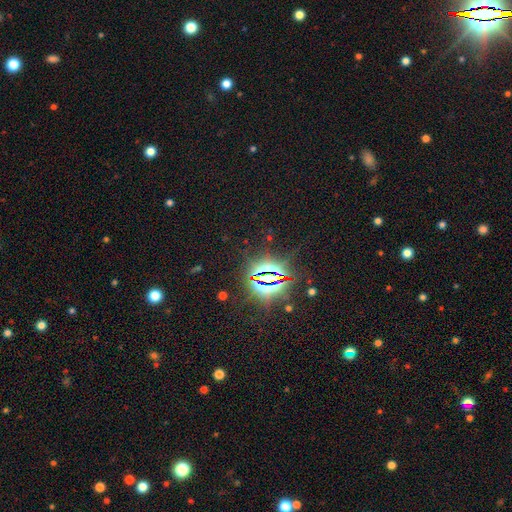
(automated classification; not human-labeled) star or artifact 85%, smooth 9%, featured or disk 6%.